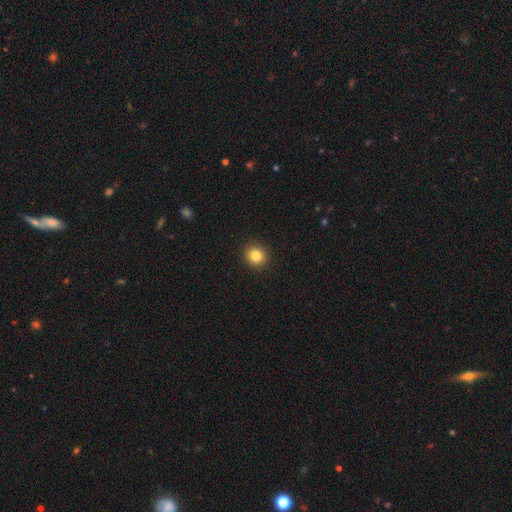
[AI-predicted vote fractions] smooth 83%, star or artifact 11%, featured or disk 6%. Down the decision tree: how rounded — round (87%); merging — none (92%).